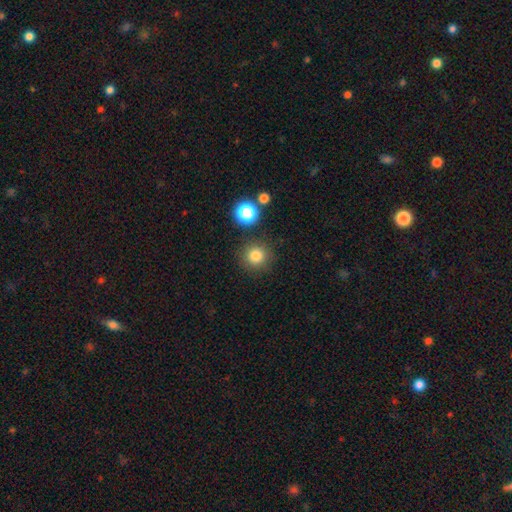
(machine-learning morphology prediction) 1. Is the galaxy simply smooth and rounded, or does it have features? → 80% smooth, 13% star or artifact, 6% featured or disk.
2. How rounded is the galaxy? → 94% round, 5% in between, 1% cigar-shaped.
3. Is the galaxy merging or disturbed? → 87% none, 7% minor disturbance, 4% merger, 3% major disturbance.